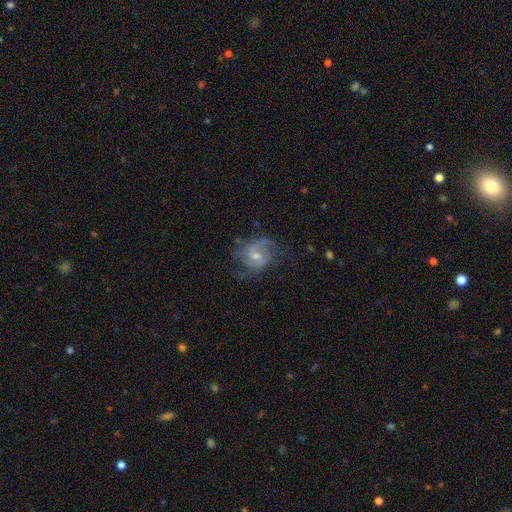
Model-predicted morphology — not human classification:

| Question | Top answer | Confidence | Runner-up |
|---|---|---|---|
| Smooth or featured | featured or disk | 81% | smooth (11%) |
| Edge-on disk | no | 97% | yes (3%) |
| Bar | weak | 54% | no (33%) |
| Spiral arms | yes | 94% | no (6%) |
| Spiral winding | medium | 50% | loose (25%) |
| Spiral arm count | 2 | 70% | can't tell (13%) |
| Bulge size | small | 48% | moderate (45%) |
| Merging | none | 65% | minor disturbance (20%) |